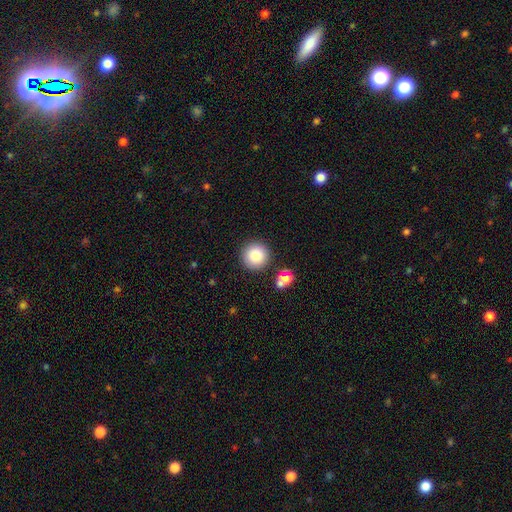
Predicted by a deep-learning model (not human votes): This is clearly a smooth galaxy (83%). How rounded: clearly round (95%). Merging: clearly none (87%).